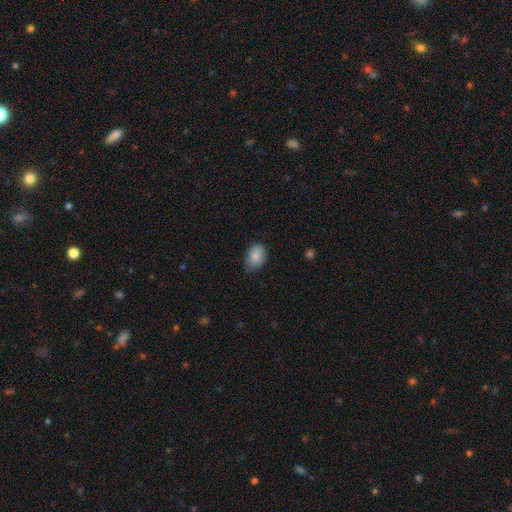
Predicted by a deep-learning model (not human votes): smooth-or-featured: smooth: 85% | featured or disk: 8% | star or artifact: 7%
  how-rounded: in between: 87% | round: 12% | cigar-shaped: 1%
  merging: none: 72% | minor disturbance: 23% | major disturbance: 4% | merger: 1%